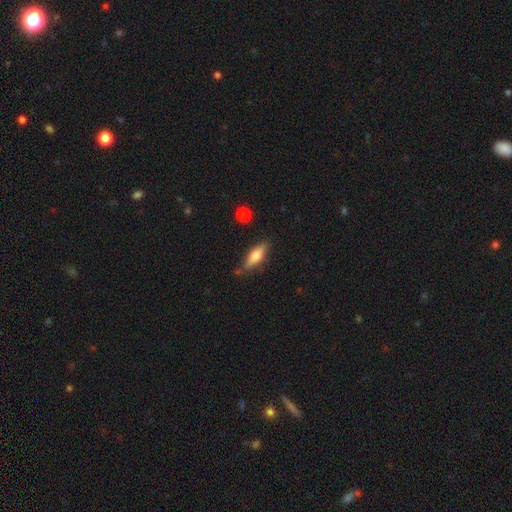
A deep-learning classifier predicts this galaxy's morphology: This appears to be a smooth galaxy with no disk features (53%) that is cigar-shaped (51%). Merging: none (75%).